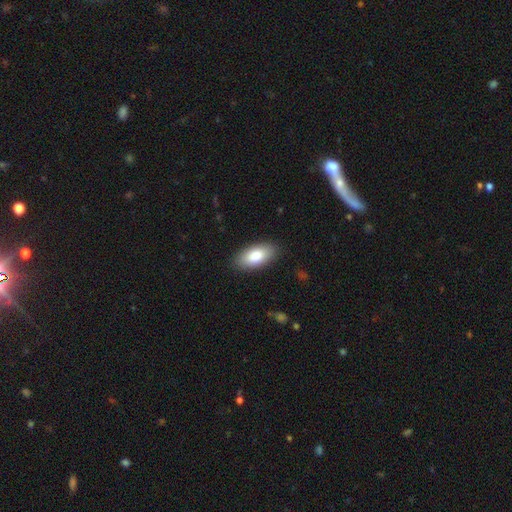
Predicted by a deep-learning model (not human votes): Smooth or featured: smooth — 81% (featured or disk — 13%)
How rounded: in between — 91% (cigar-shaped — 6%)
Merging: none — 88% (minor disturbance — 9%)